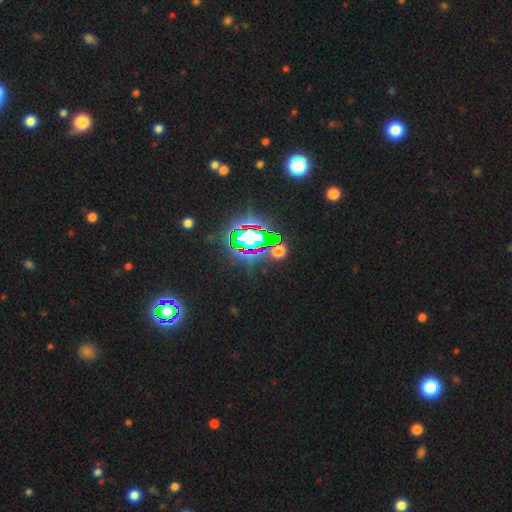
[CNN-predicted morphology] star or artifact 81%, smooth 11%, featured or disk 7%.